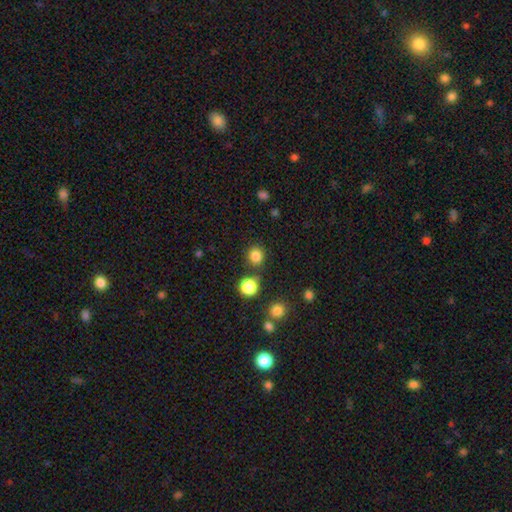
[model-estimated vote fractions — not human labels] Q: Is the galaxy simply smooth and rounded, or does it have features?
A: smooth — 82%.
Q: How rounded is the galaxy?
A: round — 88%.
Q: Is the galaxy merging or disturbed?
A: none — 84%.